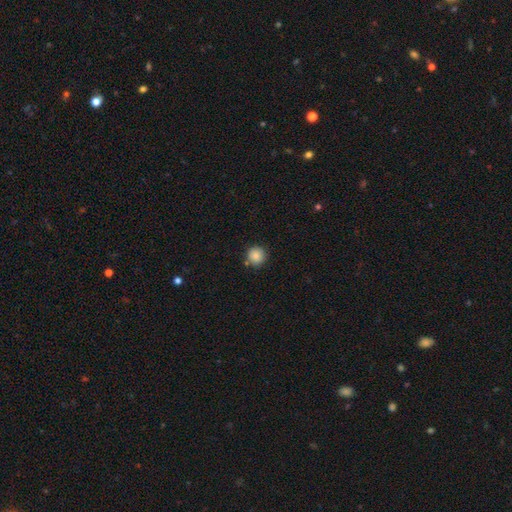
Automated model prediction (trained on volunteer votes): Q: Smooth or featured?
A: smooth (87%); runner-up: star or artifact (9%)
Q: How rounded?
A: round (94%); runner-up: in between (5%)
Q: Merging?
A: none (83%); runner-up: minor disturbance (10%)